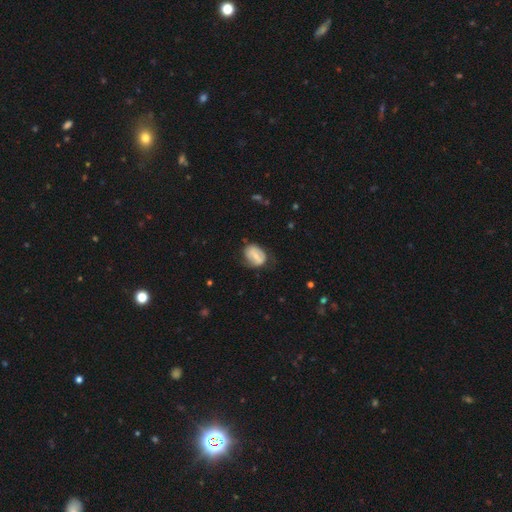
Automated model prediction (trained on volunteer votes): Smooth or featured? Predicted: smooth (p=0.51). How rounded? Predicted: in between (p=0.63). Merging? Predicted: none (p=0.55).